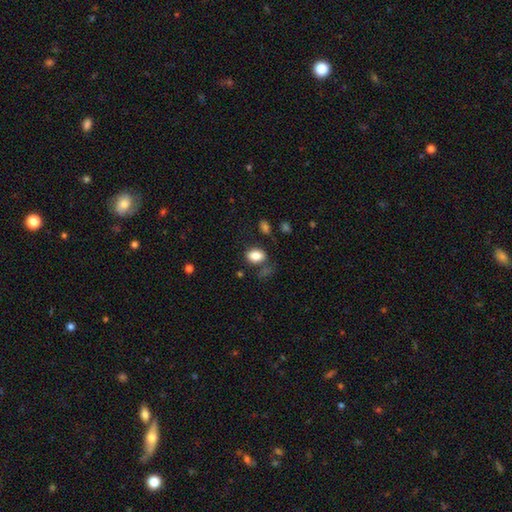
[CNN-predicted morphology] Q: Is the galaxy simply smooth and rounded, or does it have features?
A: smooth — 84%.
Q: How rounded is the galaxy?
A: in between — 77%.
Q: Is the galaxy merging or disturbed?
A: none — 70%.